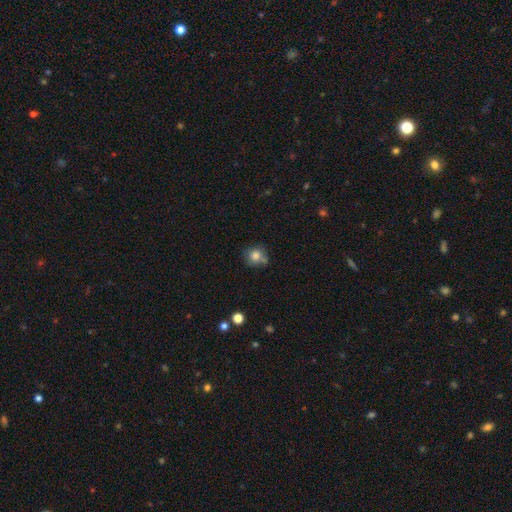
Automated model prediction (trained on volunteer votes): Q: Smooth or featured?
A: smooth (80%); runner-up: star or artifact (10%)
Q: How rounded?
A: round (88%); runner-up: in between (11%)
Q: Merging?
A: none (66%); runner-up: minor disturbance (17%)